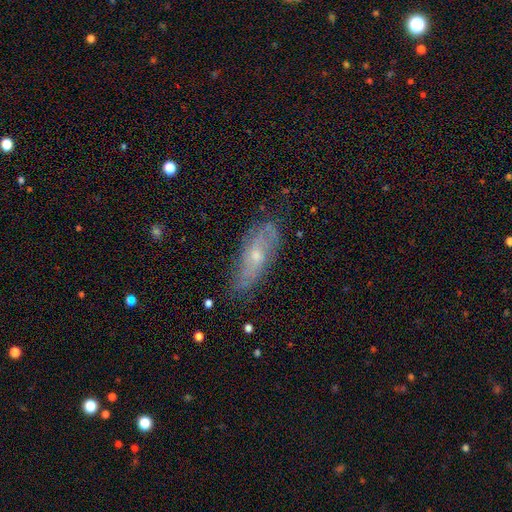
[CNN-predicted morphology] smooth-or-featured: featured or disk: 64% | smooth: 28% | star or artifact: 8%
  disk-edge-on: no: 82% | yes: 18%
    bar: no: 73% | weak: 24% | strong: 4%
    has-spiral-arms: yes: 77% | no: 23%
    bulge-size: small: 51% | moderate: 44% | none: 2% | large: 2% | dominant: 1%
  merging: none: 67% | minor disturbance: 24% | major disturbance: 7% | merger: 2%